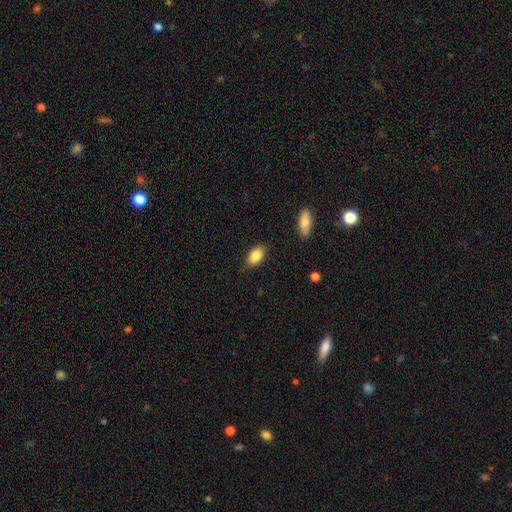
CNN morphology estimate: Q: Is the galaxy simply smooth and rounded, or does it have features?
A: smooth — 86%.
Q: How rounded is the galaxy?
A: in between — 91%.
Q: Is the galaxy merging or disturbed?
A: none — 85%.